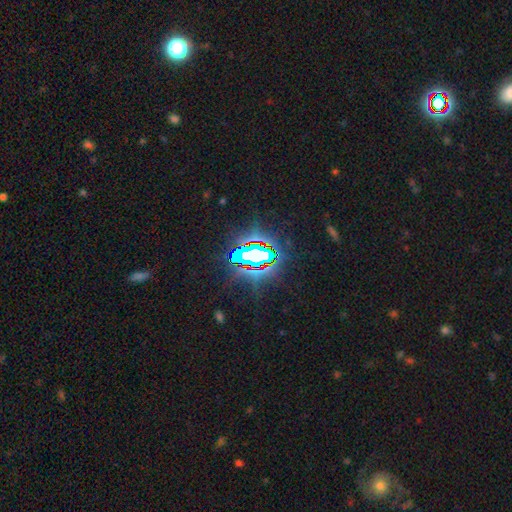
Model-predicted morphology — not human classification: This is likely a star or artifact rather than a galaxy (76%).